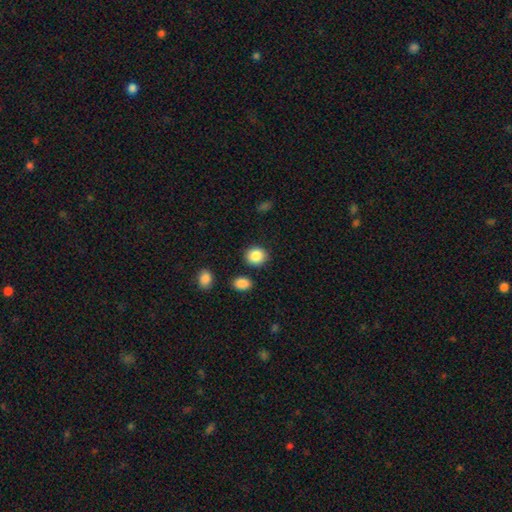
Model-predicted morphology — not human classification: This appears to be a smooth galaxy with no disk features (87%) that is round (74%). Merging: none (84%).